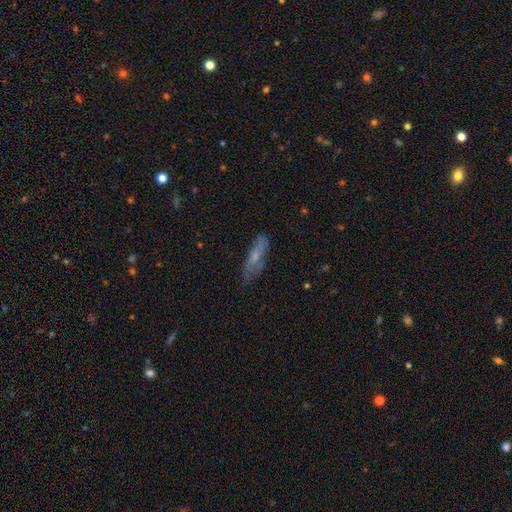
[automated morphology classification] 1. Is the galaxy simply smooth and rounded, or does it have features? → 54% smooth, 38% featured or disk, 8% star or artifact.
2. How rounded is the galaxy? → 63% cigar-shaped, 35% in between, 2% round.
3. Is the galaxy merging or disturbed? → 64% none, 25% minor disturbance, 8% major disturbance, 2% merger.